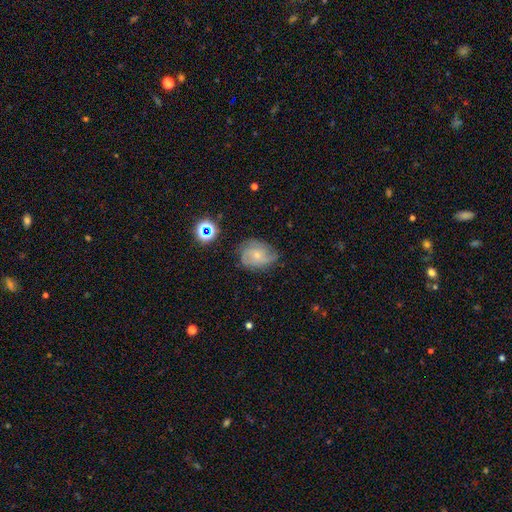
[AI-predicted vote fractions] featured or disk 55%, smooth 33%, star or artifact 12%. Down the decision tree: edge-on disk — no (96%); bar — no (77%); spiral arms — yes (86%); bulge size — small (67%); merging — none (61%).